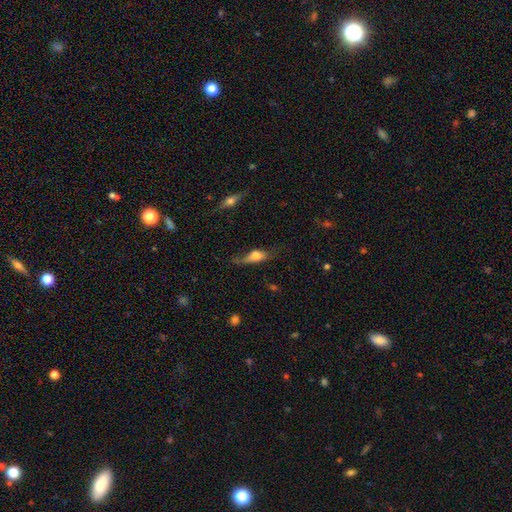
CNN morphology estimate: The model was most divided on "merging": none: 43%, minor disturbance: 32%, major disturbance: 21%, merger: 4%. More confident: how rounded — in between (61%); smooth or featured — smooth (60%).